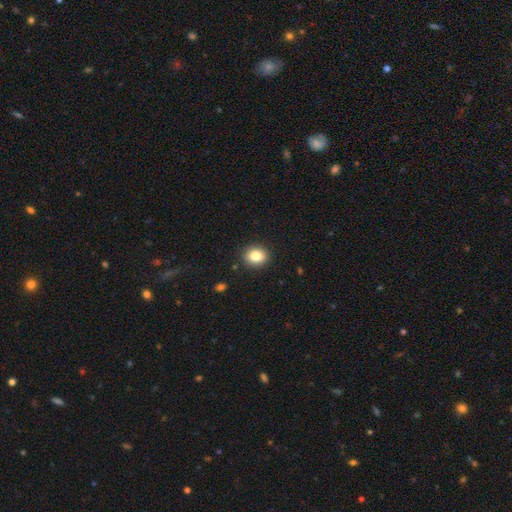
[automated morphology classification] Smooth or featured? Predicted: smooth (p=0.82). How rounded? Predicted: round (p=0.67). Merging? Predicted: none (p=0.90).